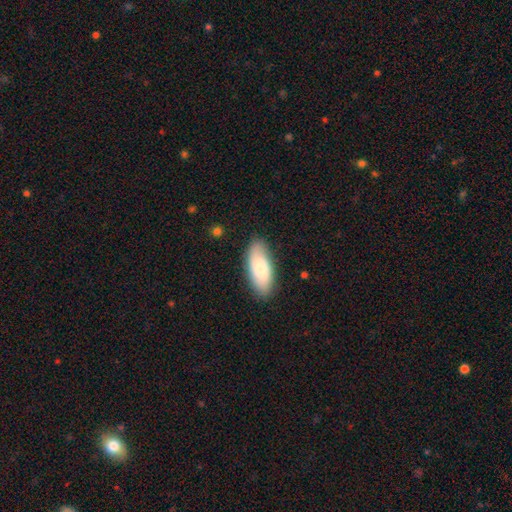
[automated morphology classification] A smooth galaxy with no disk features (77%) that is in between round and cigar-shaped (84%).

Vote fractions:
- Smooth or featured? smooth: 77% / featured or disk: 17% / star or artifact: 6%
- How rounded? in between: 84% / cigar-shaped: 14% / round: 2%
- Merging? none: 83% / minor disturbance: 13% / major disturbance: 3% / merger: 1%